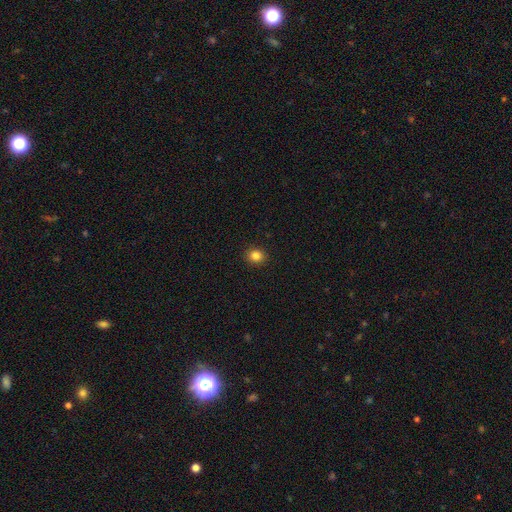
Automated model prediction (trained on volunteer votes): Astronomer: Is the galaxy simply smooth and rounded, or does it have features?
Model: smooth — 84%.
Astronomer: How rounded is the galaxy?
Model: round — 80%.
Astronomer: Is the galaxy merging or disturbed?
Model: none — 92%.